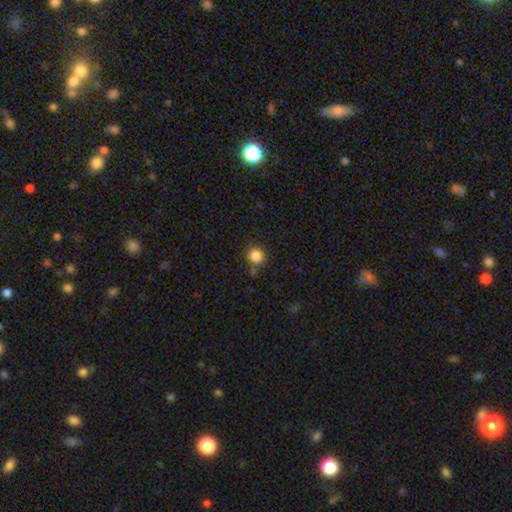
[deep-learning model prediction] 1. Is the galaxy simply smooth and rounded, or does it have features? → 86% smooth, 11% star or artifact, 4% featured or disk.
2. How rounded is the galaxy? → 89% round, 11% in between, 1% cigar-shaped.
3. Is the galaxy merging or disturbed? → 80% none, 11% minor disturbance, 6% merger, 3% major disturbance.